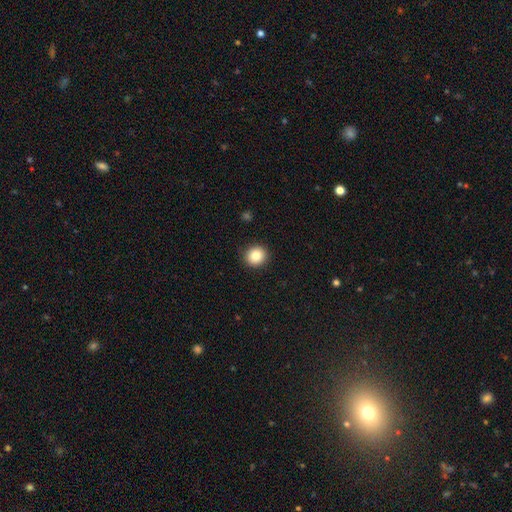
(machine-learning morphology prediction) A smooth galaxy with no disk features (85%) that is round (87%). Merging: none (91%).